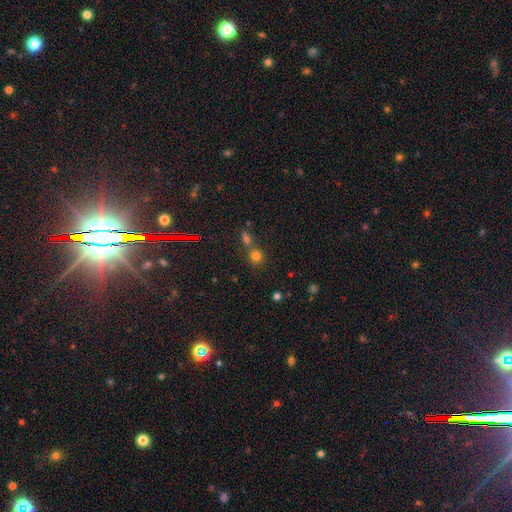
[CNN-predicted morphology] smooth_or_featured: smooth (p=0.74) [alt: star or artifact p=0.19]
how_rounded: round (p=0.85) [alt: in between p=0.14]
merging: none (p=0.57) [alt: merger p=0.33]